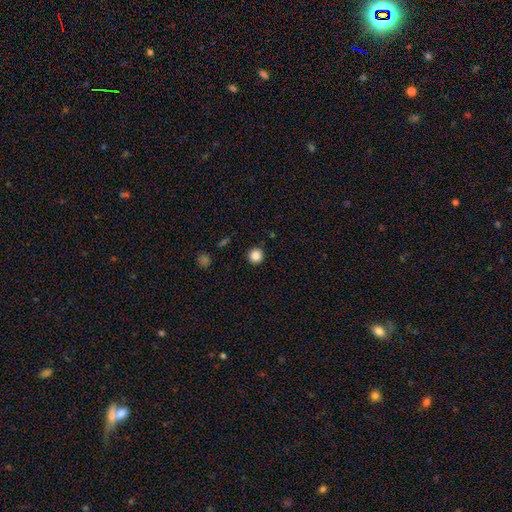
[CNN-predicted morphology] Smooth or featured: smooth — 86% (star or artifact — 11%)
How rounded: round — 95% (in between — 4%)
Merging: none — 90% (minor disturbance — 6%)